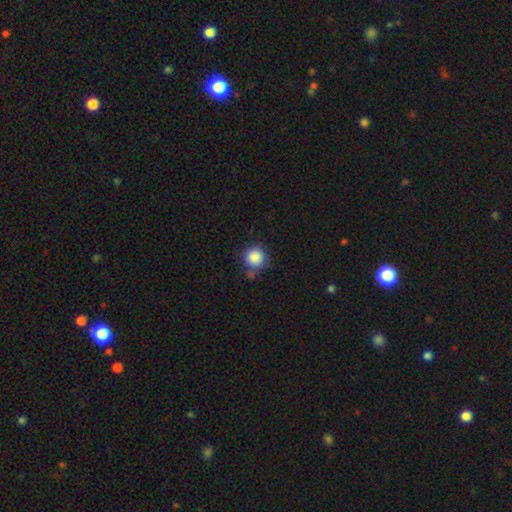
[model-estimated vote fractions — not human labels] Morphology: type=smooth (87%); roundness=round (93%); merging=none (70%).